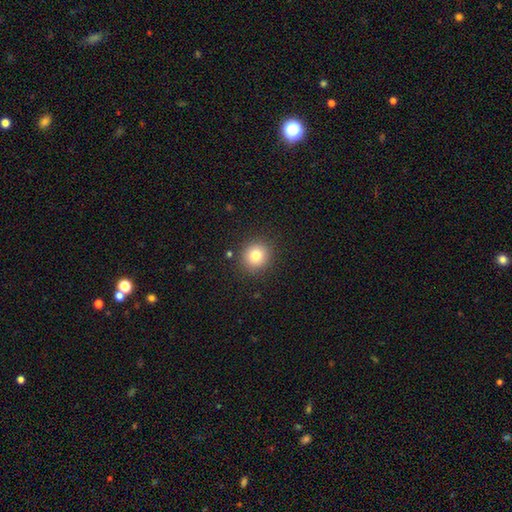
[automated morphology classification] Smooth or featured? Predicted: smooth (p=0.79). How rounded? Predicted: round (p=0.90). Merging? Predicted: none (p=0.89).